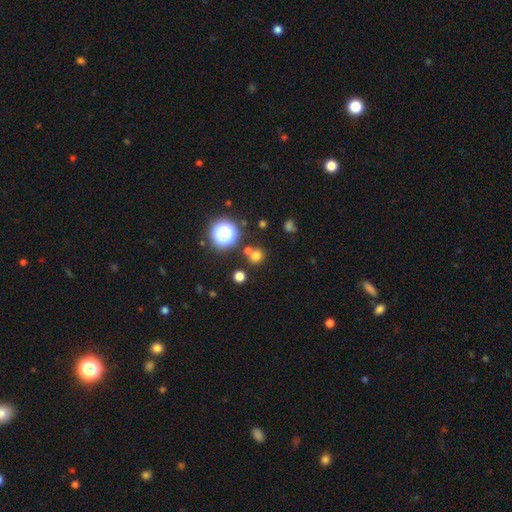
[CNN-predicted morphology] Smooth or featured: smooth — 69% (star or artifact — 24%)
How rounded: round — 83% (in between — 16%)
Merging: none — 71% (merger — 17%)